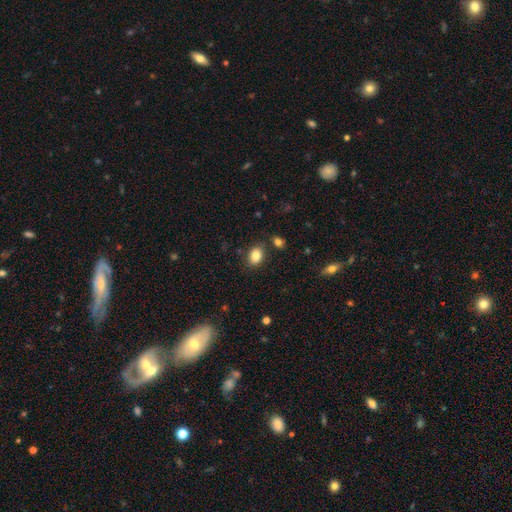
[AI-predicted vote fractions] Smooth or featured?
  - smooth: 85% *
  - star or artifact: 9%
  - featured or disk: 6%
How rounded?
  - in between: 74% *
  - round: 25%
  - cigar-shaped: 1%
Merging?
  - none: 81% *
  - minor disturbance: 11%
  - merger: 5%
  - major disturbance: 3%